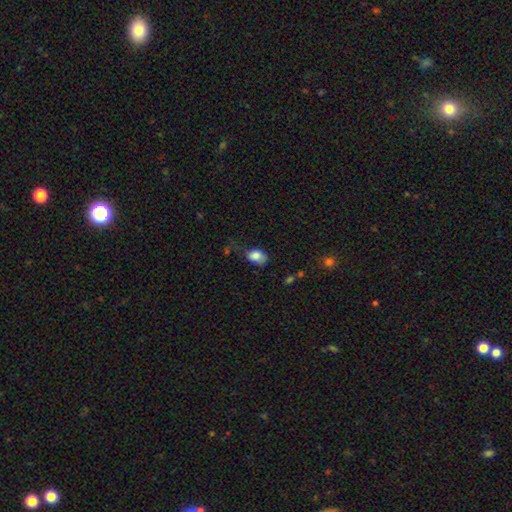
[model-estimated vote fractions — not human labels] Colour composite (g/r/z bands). It shows a smooth galaxy with no disk features (84%) that is in between round and cigar-shaped (78%). Merging: none (42%).